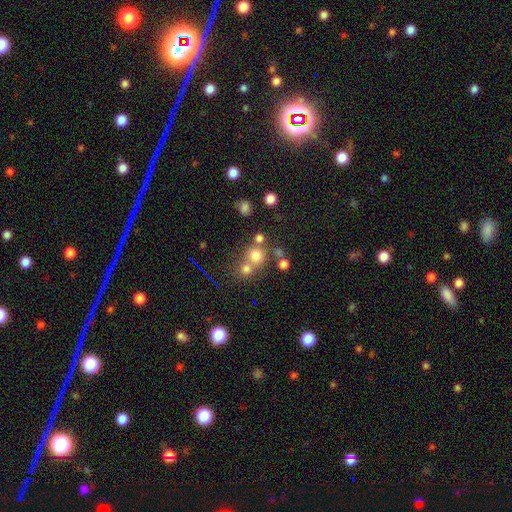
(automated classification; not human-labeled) Q: Smooth or featured?
A: smooth (71%); runner-up: star or artifact (18%)
Q: How rounded?
A: round (88%); runner-up: in between (11%)
Q: Merging?
A: none (56%); runner-up: merger (33%)